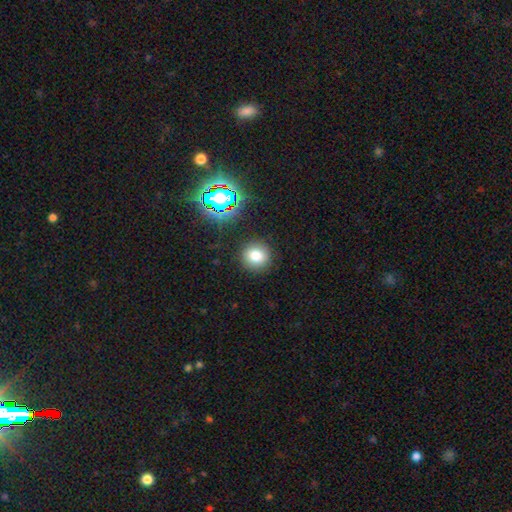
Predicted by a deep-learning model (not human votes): A smooth galaxy with no disk features (76%) that is round (90%). Merging: none (89%).